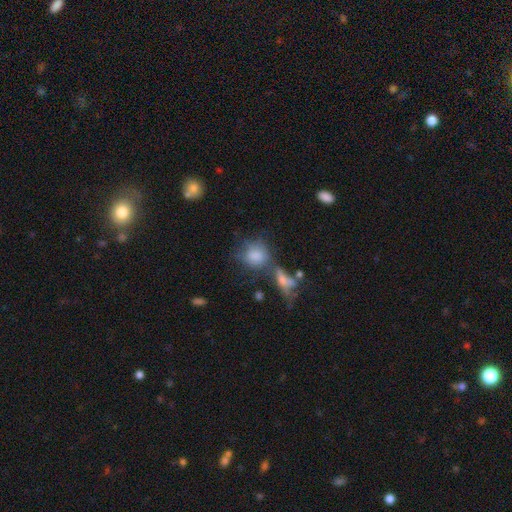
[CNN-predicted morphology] smooth_or_featured: smooth (p=0.73) [alt: featured or disk p=0.16]
how_rounded: round (p=0.66) [alt: in between p=0.32]
merging: none (p=0.39) [alt: merger p=0.28]